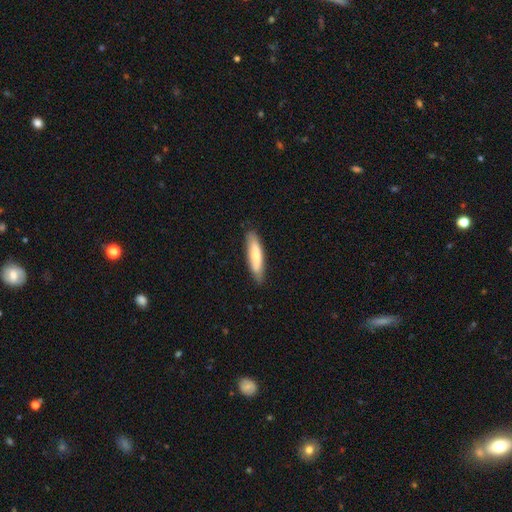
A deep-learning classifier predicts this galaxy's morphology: Smooth or featured?
  - smooth: 76% *
  - featured or disk: 19%
  - star or artifact: 5%
How rounded?
  - cigar-shaped: 76% *
  - in between: 22%
  - round: 1%
Merging?
  - none: 84% *
  - minor disturbance: 13%
  - major disturbance: 2%
  - merger: 1%